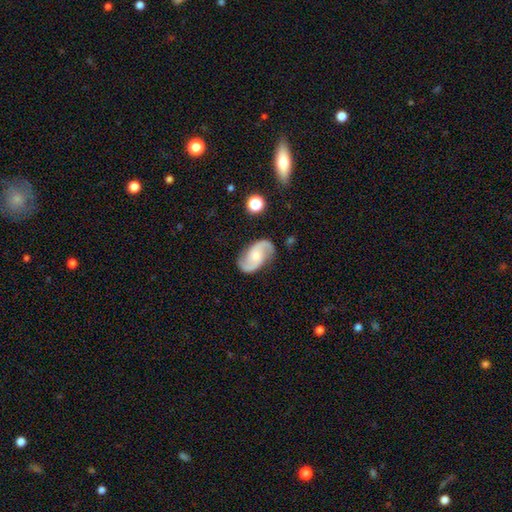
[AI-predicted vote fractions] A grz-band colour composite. It shows a featured or disk galaxy (84%) with no bar (58%), 2 (93%) medium (43%, tied with loose) spiral arms (97%) and a small central bulge (44%). Merging: none (81%).